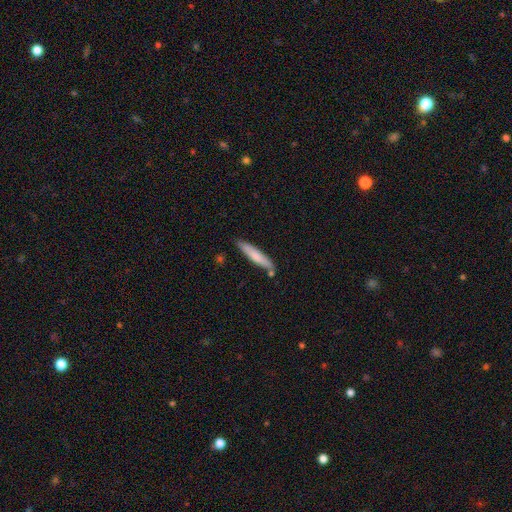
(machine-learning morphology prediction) This is likely a smooth galaxy (74%). How rounded: clearly cigar-shaped (90%). Merging: likely none (79%).